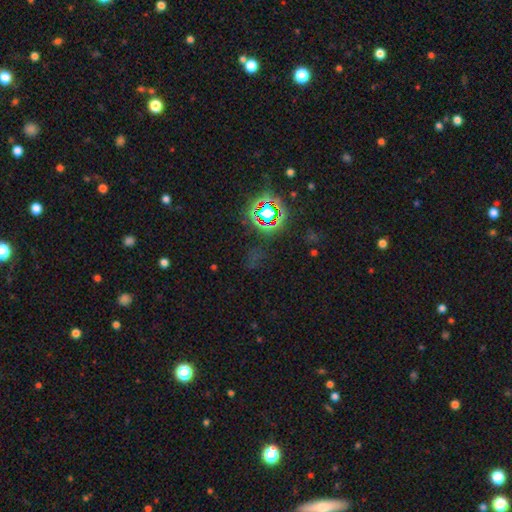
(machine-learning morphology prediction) smooth_or_featured: star or artifact (p=0.77) [alt: smooth p=0.15]